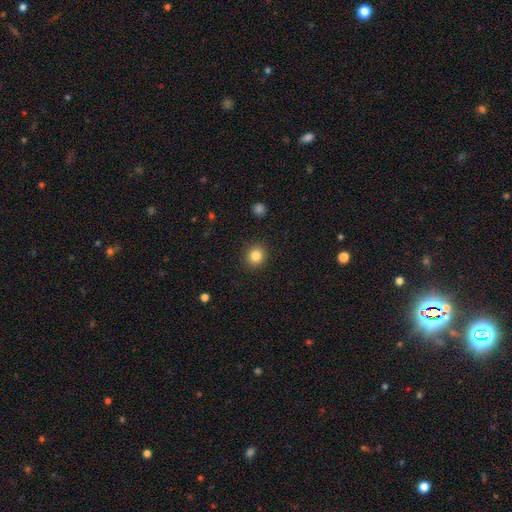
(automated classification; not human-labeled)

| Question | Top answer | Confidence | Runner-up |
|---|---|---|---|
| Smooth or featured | smooth | 83% | star or artifact (11%) |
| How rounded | round | 87% | in between (12%) |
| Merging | none | 91% | minor disturbance (6%) |